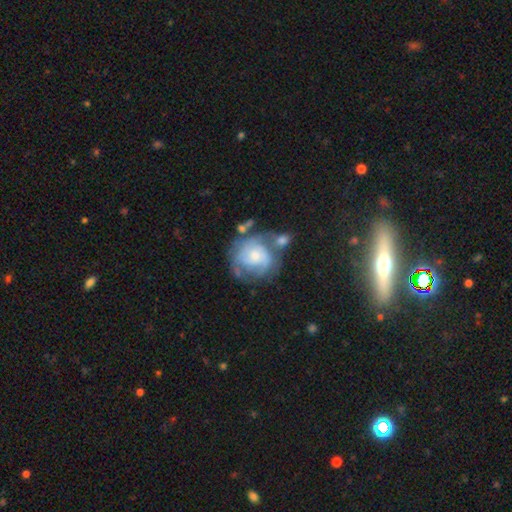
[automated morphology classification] Smooth or featured? featured or disk (66%)
Edge-on disk? no (98%)
Bar? no (74%)
Spiral arms? yes (80%)
Spiral winding? tight (51%)
Spiral arm count? can't tell (40%)
Bulge size? small (55%)
Merging? none (42%)